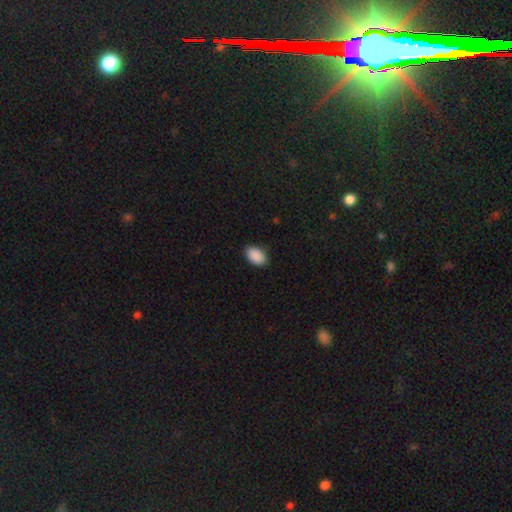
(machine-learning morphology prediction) Smooth or featured?
  - smooth: 91% *
  - star or artifact: 7%
  - featured or disk: 2%
How rounded?
  - in between: 91% *
  - round: 8%
  - cigar-shaped: 1%
Merging?
  - none: 88% *
  - minor disturbance: 9%
  - major disturbance: 2%
  - merger: 1%